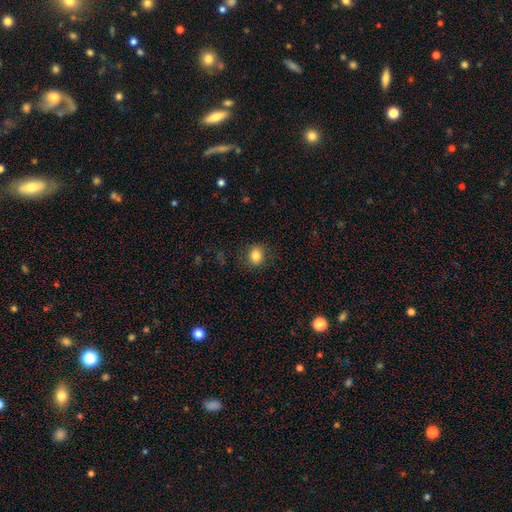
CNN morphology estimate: Smooth or featured? Predicted: smooth (p=0.83). How rounded? Predicted: round (p=0.65). Merging? Predicted: none (p=0.85).